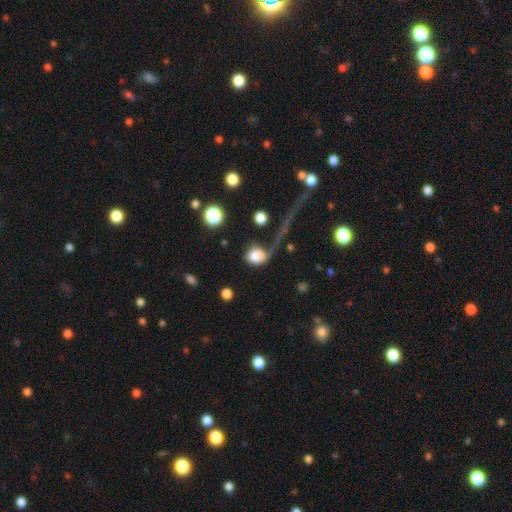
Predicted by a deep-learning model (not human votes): smooth_or_featured: smooth (p=0.76) [alt: featured or disk p=0.15]
how_rounded: round (p=0.64) [alt: in between p=0.34]
merging: major disturbance (p=0.33) [alt: none p=0.30]